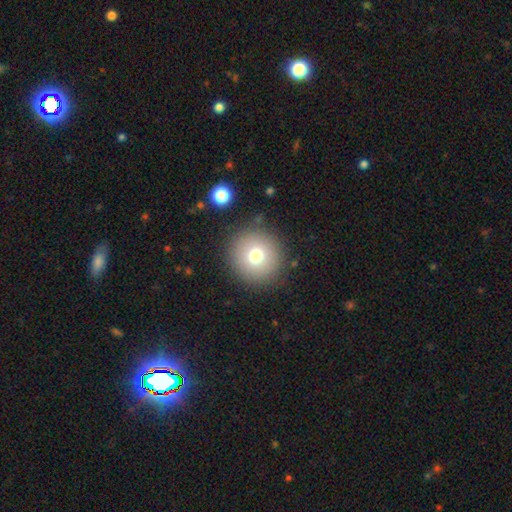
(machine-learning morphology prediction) smooth_or_featured: smooth (p=0.74) [alt: star or artifact p=0.13]
how_rounded: round (p=0.94) [alt: in between p=0.05]
merging: none (p=0.87) [alt: minor disturbance p=0.07]